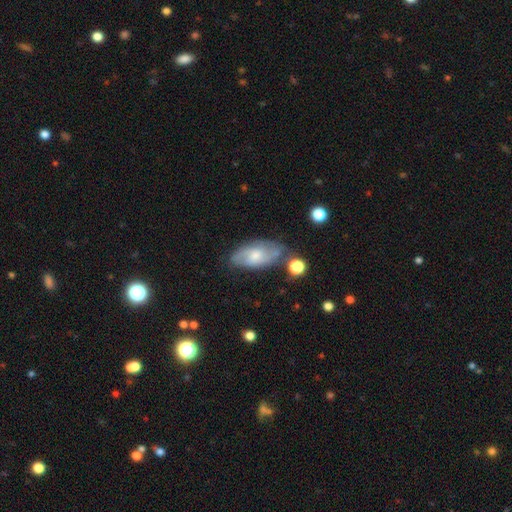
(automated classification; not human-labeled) Overall: featured or disk (51%; smooth 42%). Edge-on disk: no (90%). Merging: none (56%; minor disturbance 26%).